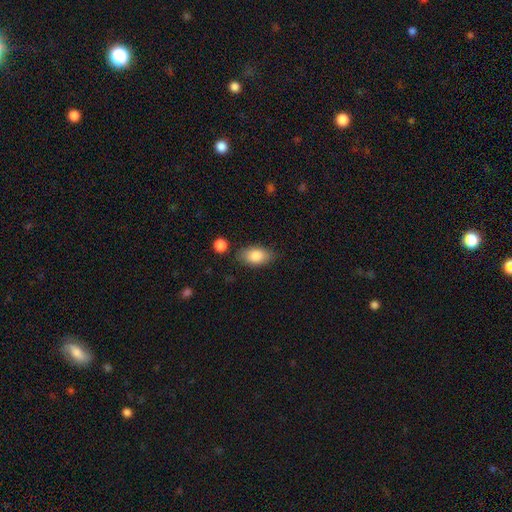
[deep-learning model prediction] The model was most divided on "merging": none: 78%, minor disturbance: 14%, merger: 4%, major disturbance: 4%. More confident: how rounded — in between (91%); smooth or featured — smooth (85%).